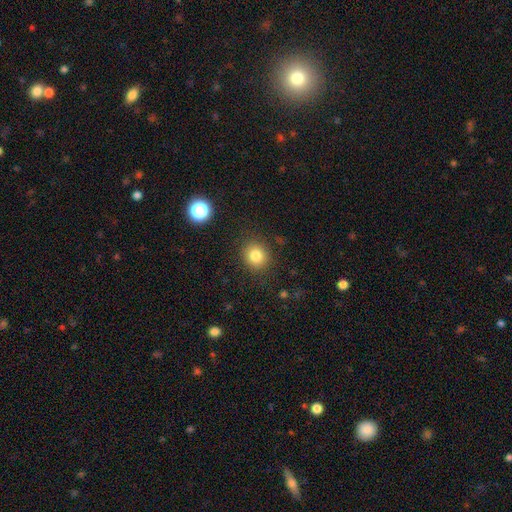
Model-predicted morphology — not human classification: The model was most divided on "how rounded": round: 84%, in between: 15%, cigar-shaped: 1%. More confident: merging — none (88%); smooth or featured — smooth (82%).